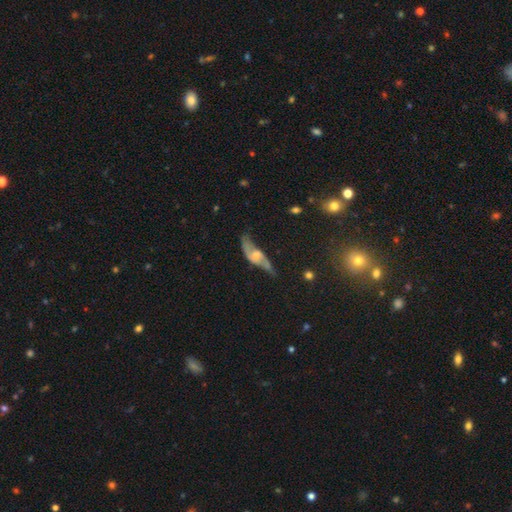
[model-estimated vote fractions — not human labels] A featured or disk galaxy (70%) with no bar (60%), spiral arms (84%) and a moderate central bulge (46%).

Vote fractions:
- Smooth or featured? featured or disk: 70% / smooth: 23% / star or artifact: 7%
- Edge-on disk? no: 81% / yes: 19%
- Bar? no: 60% / weak: 32% / strong: 8%
- Spiral arms? yes: 84% / no: 16%
- Bulge size? moderate: 46% / small: 40% / none: 7% / large: 6% / dominant: 1%
- Merging? none: 51% / minor disturbance: 29% / major disturbance: 17% / merger: 4%